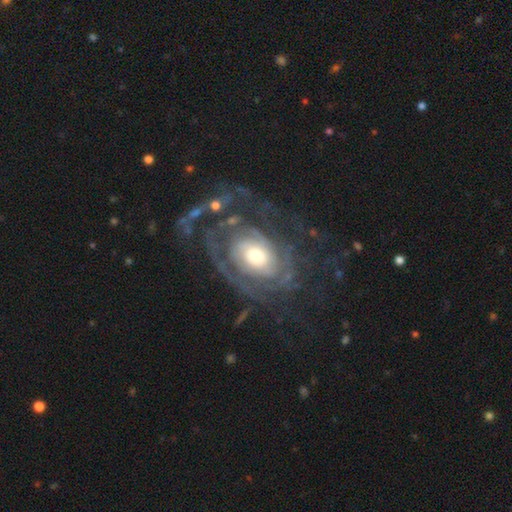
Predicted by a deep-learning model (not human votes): Smooth or featured?
  - featured or disk: 86% *
  - smooth: 9%
  - star or artifact: 6%
Edge-on disk?
  - no: 96% *
  - yes: 4%
Bar?
  - no: 73% *
  - weak: 20%
  - strong: 7%
Spiral arms?
  - yes: 90% *
  - no: 10%
Spiral winding?
  - tight: 63% *
  - medium: 25%
  - loose: 12%
Spiral arm count?
  - can't tell: 37% *
  - 2: 23%
  - 3: 14%
  - 1: 9%
  - 4: 9%
  - more than 4: 8%
Bulge size?
  - moderate: 58% *
  - large: 25%
  - small: 13%
  - dominant: 2%
  - none: 1%
Merging?
  - none: 56% *
  - major disturbance: 24%
  - minor disturbance: 17%
  - merger: 3%